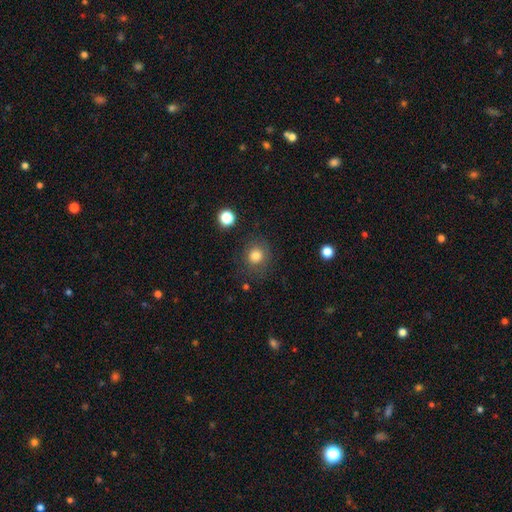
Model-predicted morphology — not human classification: type=smooth (82%); roundness=round (85%); merging=none (80%).